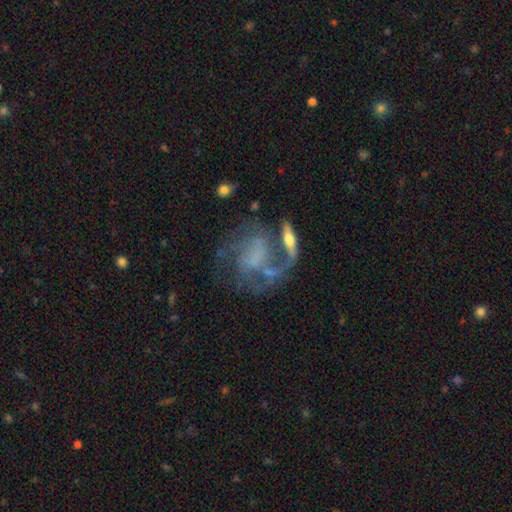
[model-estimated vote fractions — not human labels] The model was most divided on "merging": none: 40%, major disturbance: 30%, minor disturbance: 16%, merger: 14%. Remaining: edge-on disk — no (97%); spiral arms — yes (80%); smooth or featured — featured or disk (77%); bulge size — none (56%); bar — no (55%); spiral winding — medium (43%); spiral arm count — 2 (39%).